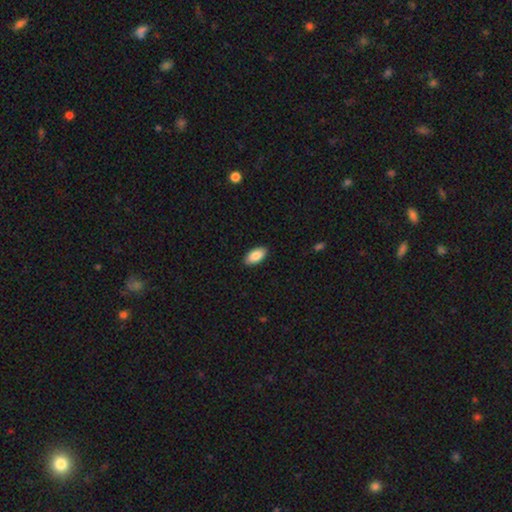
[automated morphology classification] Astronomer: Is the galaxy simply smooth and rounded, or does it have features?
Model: smooth — 88%.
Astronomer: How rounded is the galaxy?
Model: in between — 94%.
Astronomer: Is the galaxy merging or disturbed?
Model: none — 90%.